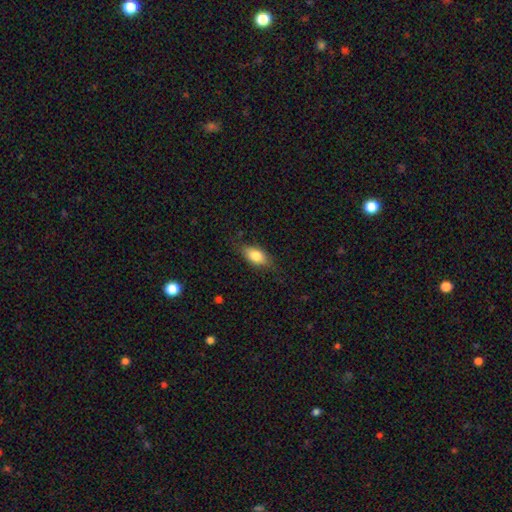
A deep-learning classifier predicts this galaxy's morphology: This appears to be a smooth galaxy with no disk features (78%) that is in between round and cigar-shaped (86%). Merging: none (77%).